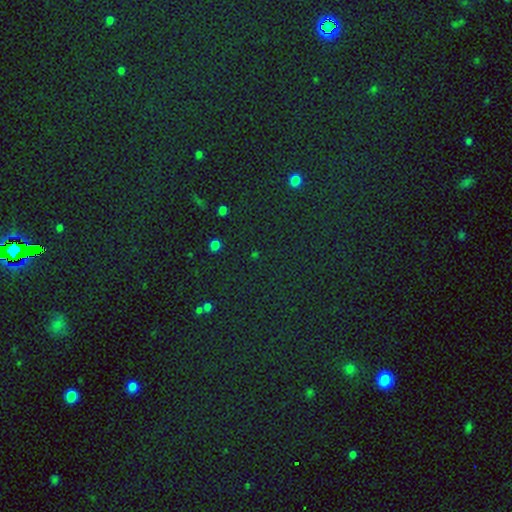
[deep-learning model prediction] Smooth or featured?
  - star or artifact: 75% *
  - smooth: 16%
  - featured or disk: 9%